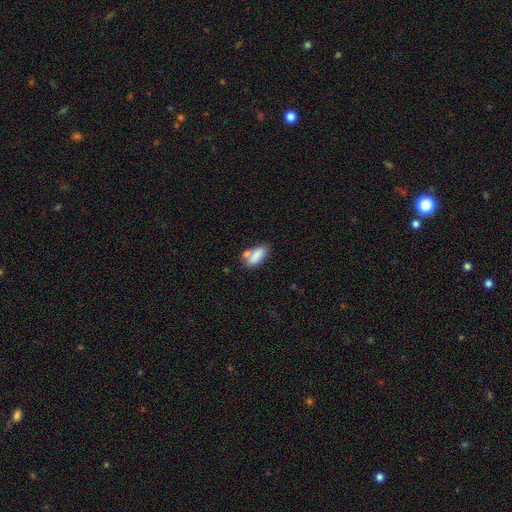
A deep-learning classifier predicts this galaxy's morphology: Smooth or featured? Predicted: smooth (p=0.79). How rounded? Predicted: in between (p=0.82). Merging? Predicted: none (p=0.49).